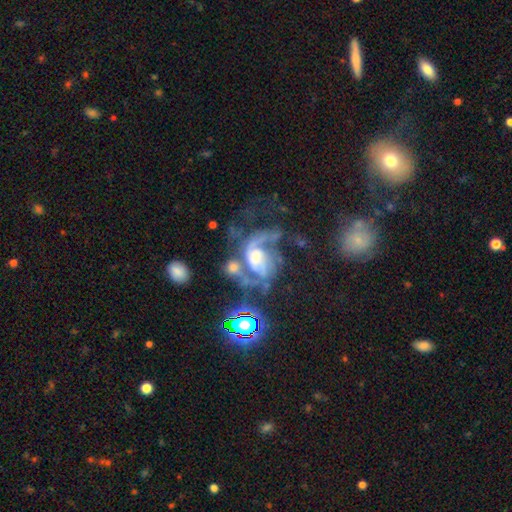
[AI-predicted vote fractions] Smooth or featured?
  - featured or disk: 78% *
  - star or artifact: 13%
  - smooth: 9%
Edge-on disk?
  - no: 97% *
  - yes: 3%
Bar?
  - no: 47% *
  - weak: 37%
  - strong: 17%
Spiral arms?
  - yes: 87% *
  - no: 13%
Spiral winding?
  - medium: 47% *
  - loose: 32%
  - tight: 21%
Spiral arm count?
  - 2: 53% *
  - can't tell: 17%
  - 1: 13%
  - 3: 10%
  - 4: 3%
  - more than 4: 3%
Bulge size?
  - moderate: 42% *
  - large: 24%
  - small: 19%
  - none: 11%
  - dominant: 3%
Merging?
  - major disturbance: 38% *
  - none: 24%
  - merger: 24%
  - minor disturbance: 14%